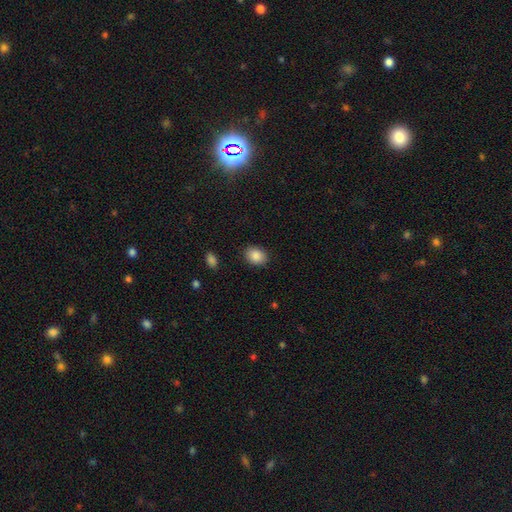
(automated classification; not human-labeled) Morphology: type=smooth (88%); roundness=in between (62%); merging=none (88%).